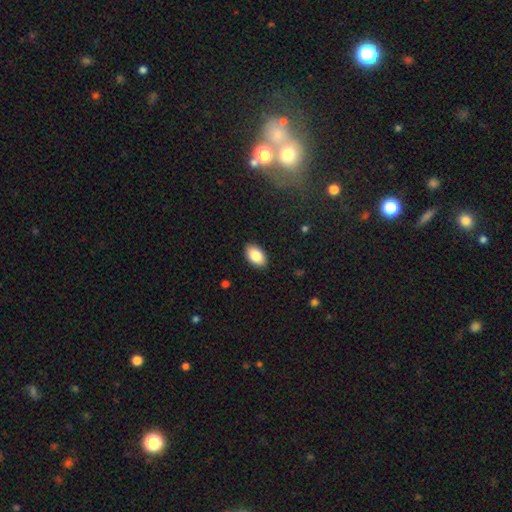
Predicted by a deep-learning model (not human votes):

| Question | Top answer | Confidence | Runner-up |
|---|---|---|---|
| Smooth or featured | smooth | 86% | featured or disk (8%) |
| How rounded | in between | 94% | round (5%) |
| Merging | none | 89% | minor disturbance (8%) |